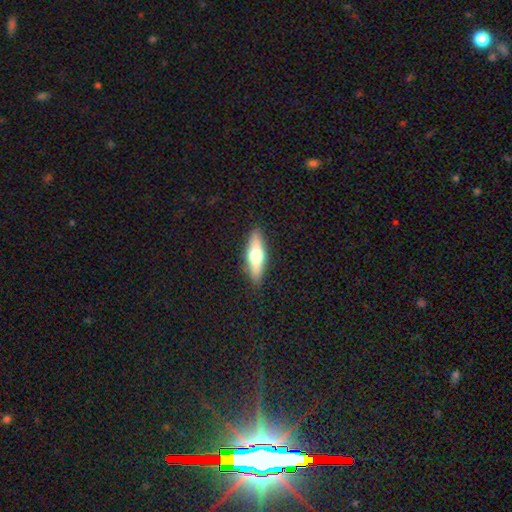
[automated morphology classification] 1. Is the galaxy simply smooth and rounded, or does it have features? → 50% smooth, 43% featured or disk, 6% star or artifact.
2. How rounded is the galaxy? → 57% cigar-shaped, 40% in between, 3% round.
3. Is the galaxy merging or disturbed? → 88% none, 8% minor disturbance, 2% major disturbance, 1% merger.